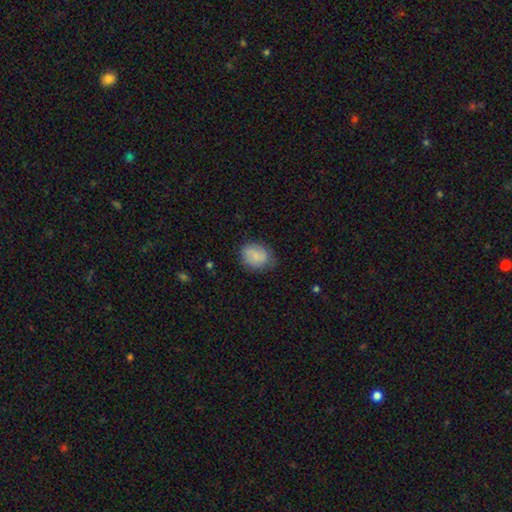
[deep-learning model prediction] The model was most divided on "how rounded": in between: 59%, round: 40%, cigar-shaped: 1%. More confident: smooth or featured — smooth (80%); merging — none (71%).